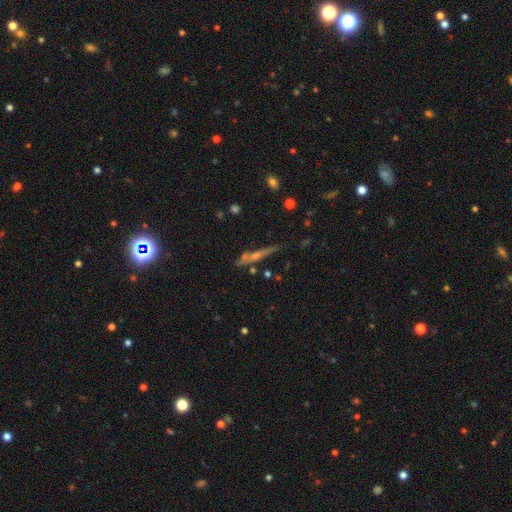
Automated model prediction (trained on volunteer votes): Q: Smooth or featured?
A: featured or disk (54%); runner-up: smooth (31%)
Q: Edge-on disk?
A: yes (91%); runner-up: no (9%)
Q: Merging?
A: none (72%); runner-up: minor disturbance (16%)